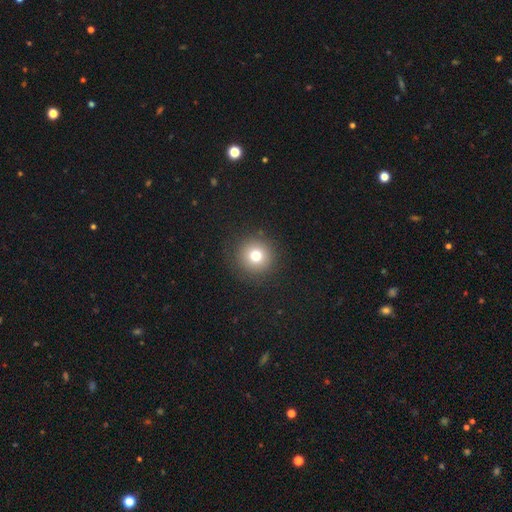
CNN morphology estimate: smooth_or_featured: smooth (p=0.75) [alt: star or artifact p=0.14]
how_rounded: round (p=0.95) [alt: in between p=0.04]
merging: none (p=0.90) [alt: minor disturbance p=0.06]